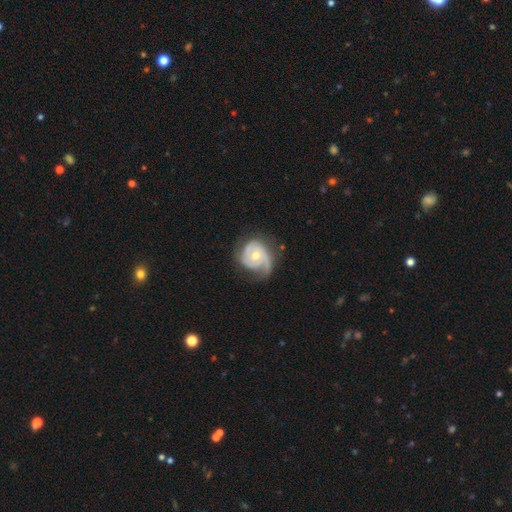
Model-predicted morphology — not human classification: smooth-or-featured: featured or disk: 81% | smooth: 15% | star or artifact: 5%
  disk-edge-on: no: 98% | yes: 2%
    bar: no: 77% | weak: 19% | strong: 4%
    has-spiral-arms: yes: 92% | no: 8%
      spiral-winding: tight: 52% | medium: 33% | loose: 14%
      spiral-arm-count: 2: 34% | 1: 33% | 3: 16% | can't tell: 13% | 4: 2% | more than 4: 2%
    bulge-size: moderate: 66% | small: 29% | large: 3% | none: 1% | dominant: 1%
  merging: none: 53% | minor disturbance: 28% | major disturbance: 18% | merger: 2%